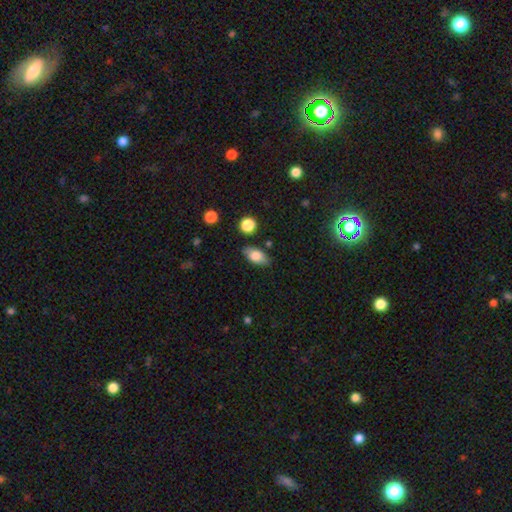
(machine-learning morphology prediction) Overall: smooth (75%). How rounded: in between (88%). Merging: none (81%).